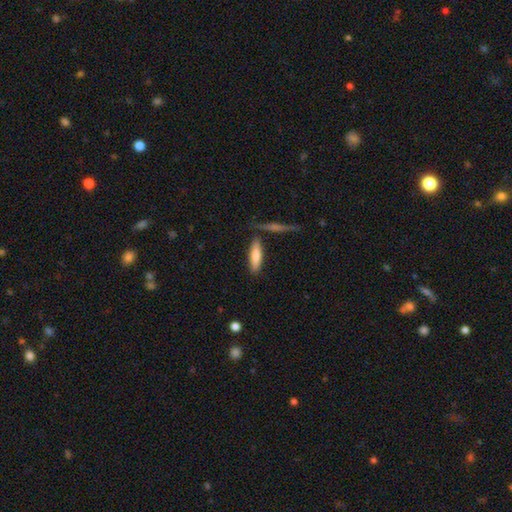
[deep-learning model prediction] smooth 73%, featured or disk 21%, star or artifact 6%. Down the decision tree: how rounded — cigar-shaped (65%); merging — none (76%).